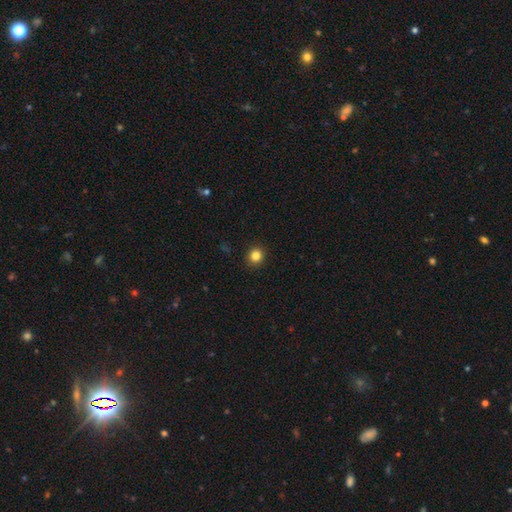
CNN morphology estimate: Smooth or featured: smooth — 84% (star or artifact — 12%)
How rounded: round — 91% (in between — 8%)
Merging: none — 92% (minor disturbance — 5%)